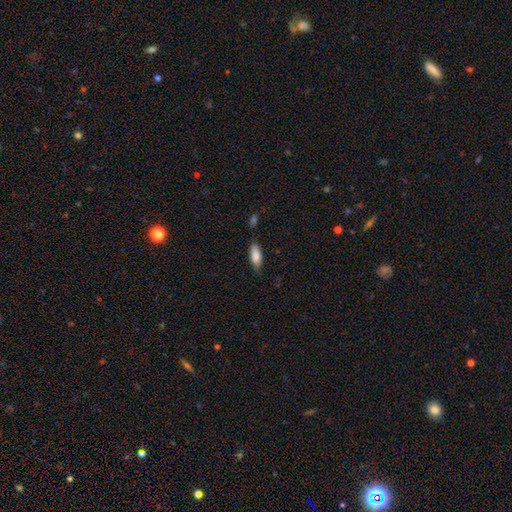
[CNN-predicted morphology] Smooth or featured?
  - smooth: 84% *
  - featured or disk: 9%
  - star or artifact: 6%
How rounded?
  - in between: 71% *
  - cigar-shaped: 27%
  - round: 2%
Merging?
  - none: 78% *
  - minor disturbance: 16%
  - major disturbance: 3%
  - merger: 3%